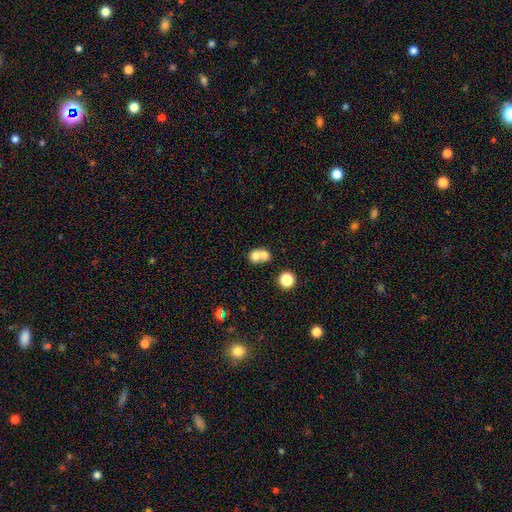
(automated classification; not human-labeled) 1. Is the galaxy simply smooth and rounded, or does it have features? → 72% smooth, 17% featured or disk, 11% star or artifact.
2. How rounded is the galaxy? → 65% round, 34% in between, 1% cigar-shaped.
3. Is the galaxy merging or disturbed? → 69% merger, 23% none, 5% minor disturbance, 3% major disturbance.